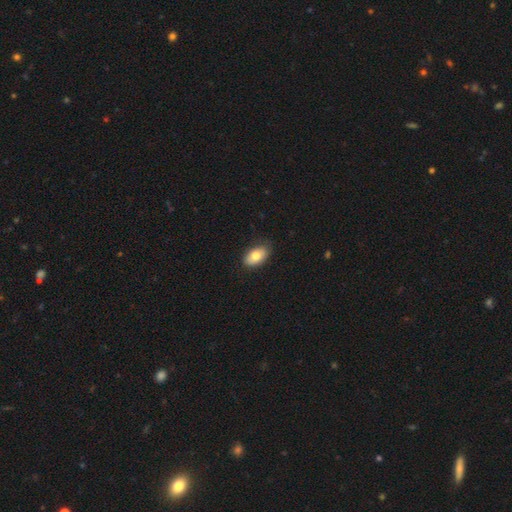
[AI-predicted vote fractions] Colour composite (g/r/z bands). It shows a smooth galaxy with no disk features (76%) that is in between round and cigar-shaped (92%). Merging: none (79%).